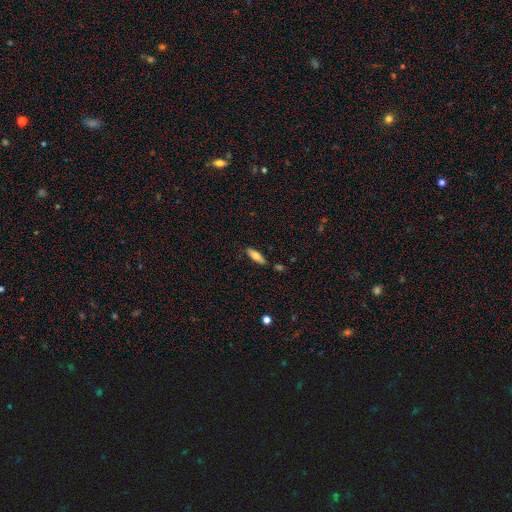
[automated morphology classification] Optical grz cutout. It shows a smooth galaxy with no disk features (72%) that is in between round and cigar-shaped (54%). Merging: none (79%).